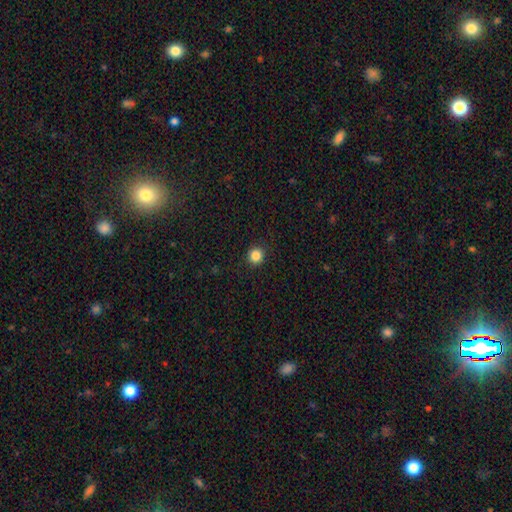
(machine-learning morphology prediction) Overall: smooth (85%). How rounded: round (92%). Merging: none (92%).